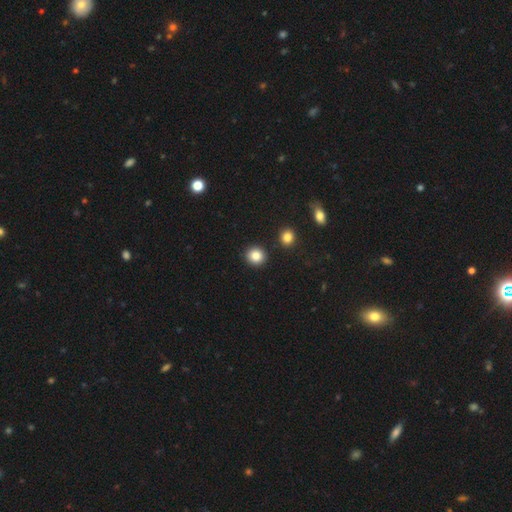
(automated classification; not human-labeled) A smooth galaxy with no disk features (85%) that is round (89%). Merging: none (90%).